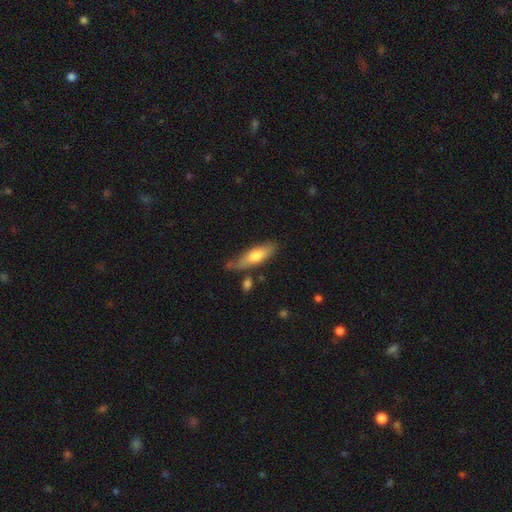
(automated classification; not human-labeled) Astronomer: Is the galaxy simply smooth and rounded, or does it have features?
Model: smooth — 65%.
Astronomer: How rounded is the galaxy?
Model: cigar-shaped — 49%, tied with in between at 49%.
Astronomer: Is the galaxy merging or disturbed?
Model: none — 64%.